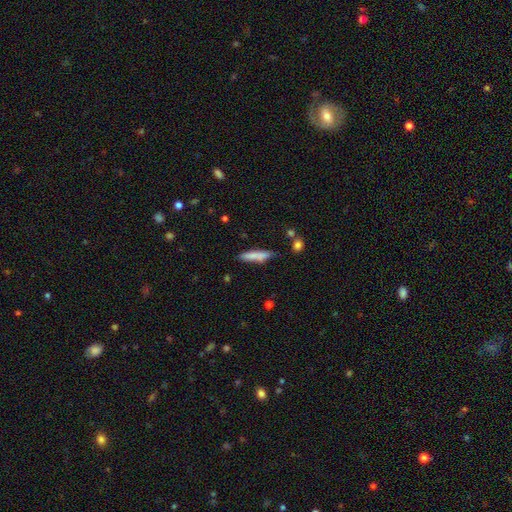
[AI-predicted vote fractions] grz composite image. It shows a smooth galaxy with no disk features (77%) that is cigar-shaped (83%). Merging: none (73%).